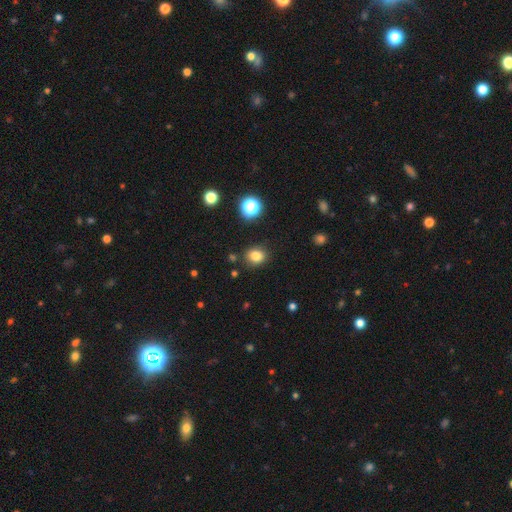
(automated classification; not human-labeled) Smooth or featured? smooth (81%)
How rounded? round (68%)
Merging? none (86%)